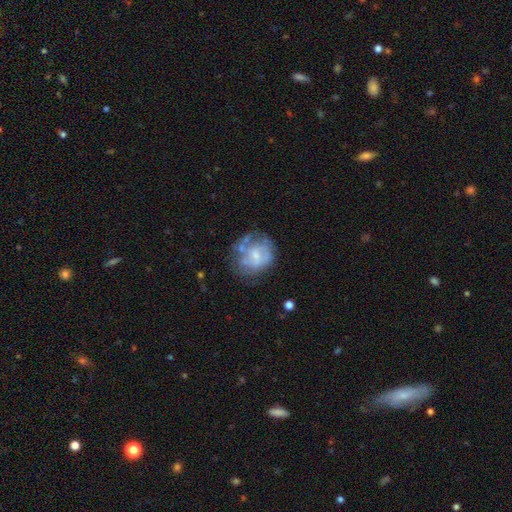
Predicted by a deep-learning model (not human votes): The model was most divided on "bulge size": small: 44%, moderate: 34%, none: 18%, large: 3%, dominant: 1%. Remaining: edge-on disk — no (98%); bar — no (69%); spiral arms — no (63%); smooth or featured — featured or disk (57%); merging — none (46%).